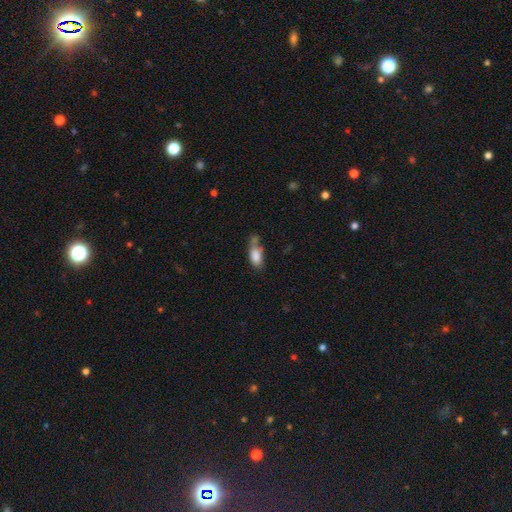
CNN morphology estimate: Smooth or featured?
  - smooth: 80% *
  - featured or disk: 12%
  - star or artifact: 8%
How rounded?
  - in between: 84% *
  - cigar-shaped: 12%
  - round: 4%
Merging?
  - none: 36% *
  - minor disturbance: 28%
  - merger: 22%
  - major disturbance: 15%